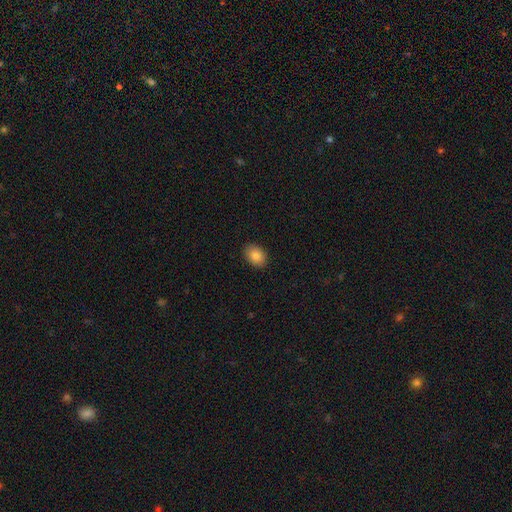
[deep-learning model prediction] Smooth or featured: smooth — 85% (star or artifact — 8%)
How rounded: in between — 77% (round — 22%)
Merging: none — 90% (minor disturbance — 7%)